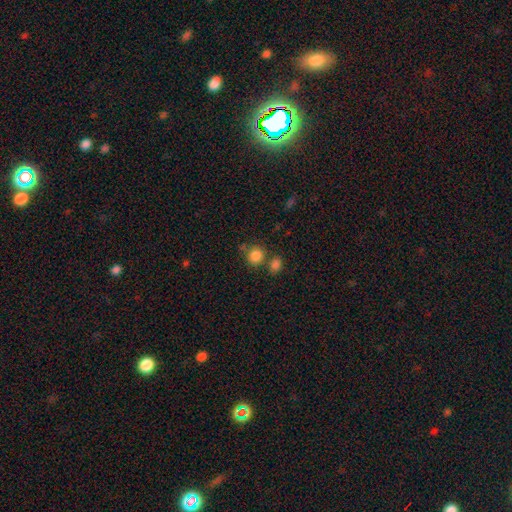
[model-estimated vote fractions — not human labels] Smooth or featured?
  - smooth: 84% *
  - star or artifact: 11%
  - featured or disk: 5%
How rounded?
  - round: 85% *
  - in between: 14%
  - cigar-shaped: 1%
Merging?
  - none: 64% *
  - merger: 21%
  - minor disturbance: 10%
  - major disturbance: 4%